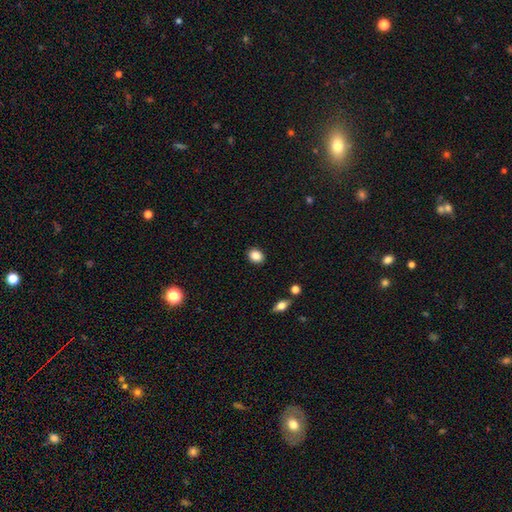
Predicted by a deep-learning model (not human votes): Morphology: type=smooth (87%); roundness=in between (58%); merging=none (89%).